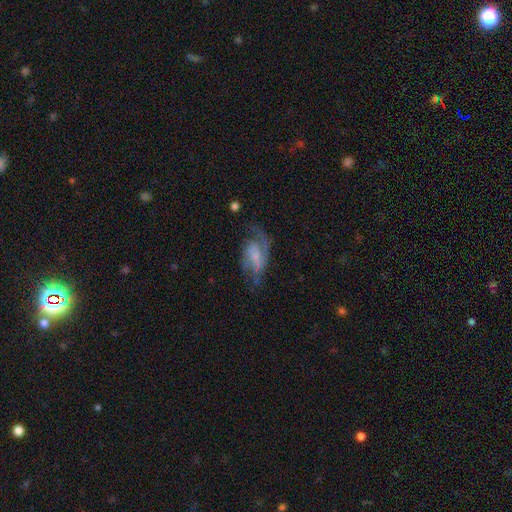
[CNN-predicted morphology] The model was most divided on "bar": no: 48%, weak: 42%, strong: 11%. Remaining: edge-on disk — no (96%); spiral arms — yes (90%); smooth or featured — featured or disk (75%); spiral arm count — 2 (66%); bulge size — small (59%); merging — none (52%); spiral winding — medium (48%).